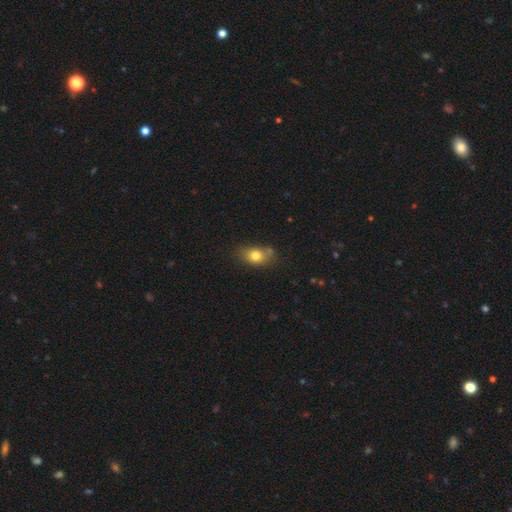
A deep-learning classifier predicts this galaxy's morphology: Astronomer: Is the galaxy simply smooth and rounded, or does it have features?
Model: smooth — 77%.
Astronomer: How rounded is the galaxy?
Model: in between — 74%.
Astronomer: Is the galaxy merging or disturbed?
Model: none — 65%.